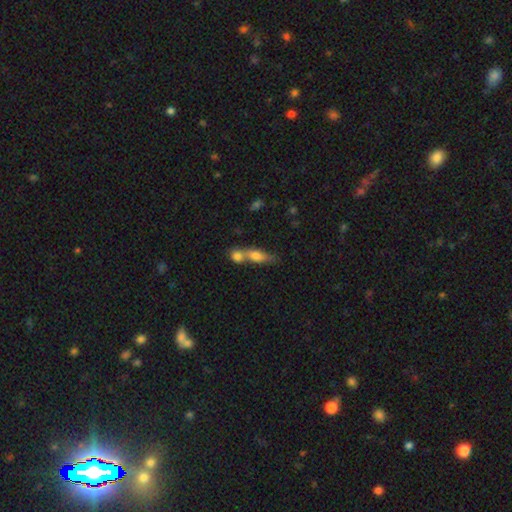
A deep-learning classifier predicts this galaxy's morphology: This is likely a smooth galaxy (71%). How rounded: possibly in between (55%). Merging: likely merger (63%).